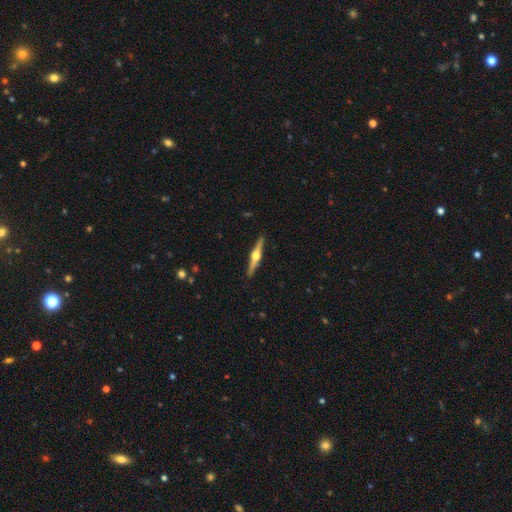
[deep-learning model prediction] smooth-or-featured: featured or disk: 82% | smooth: 13% | star or artifact: 5%
  disk-edge-on: yes: 98% | no: 2%
    edge-on-bulge: rounded: 96% | boxy: 3% | none: 1%
  merging: none: 92% | minor disturbance: 6% | major disturbance: 1% | merger: 1%